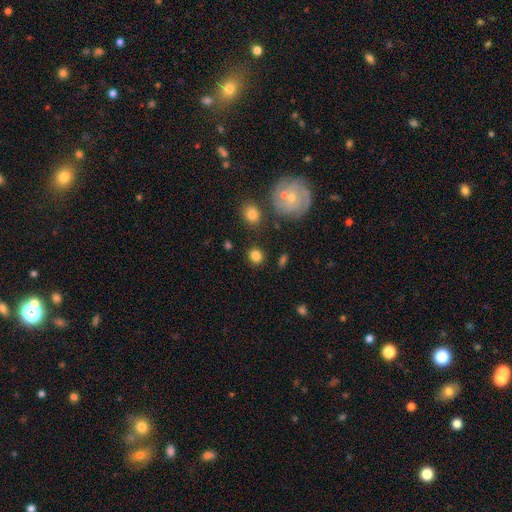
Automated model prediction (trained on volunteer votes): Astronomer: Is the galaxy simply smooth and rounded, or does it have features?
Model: smooth — 83%.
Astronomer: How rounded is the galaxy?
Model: round — 74%.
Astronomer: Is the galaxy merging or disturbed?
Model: none — 83%.